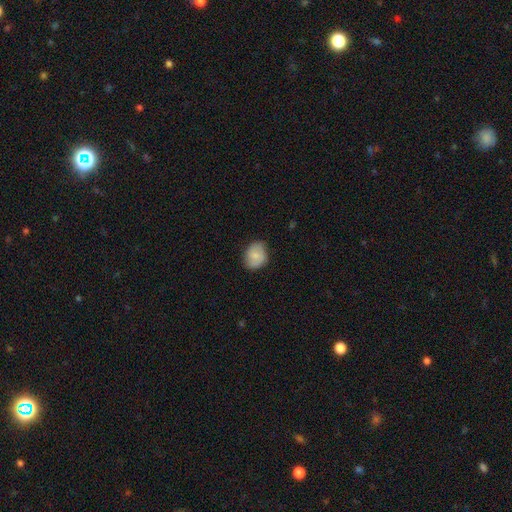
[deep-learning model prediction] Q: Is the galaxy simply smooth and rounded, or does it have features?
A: smooth — 73%.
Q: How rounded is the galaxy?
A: in between — 54%.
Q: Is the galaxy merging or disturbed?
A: none — 76%.